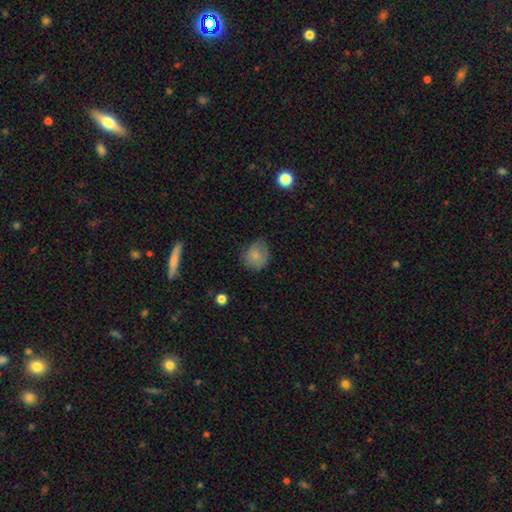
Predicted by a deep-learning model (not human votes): A smooth galaxy with no disk features (78%) that is round (73%). Merging: none (63%).